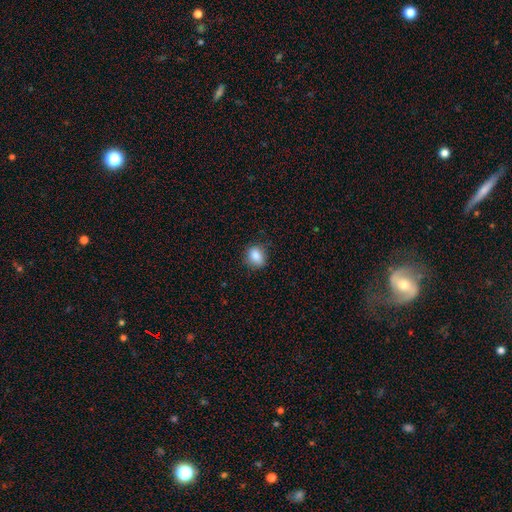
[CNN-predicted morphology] smooth 86%, star or artifact 9%, featured or disk 5%. Down the decision tree: how rounded — round (50%); merging — none (79%).